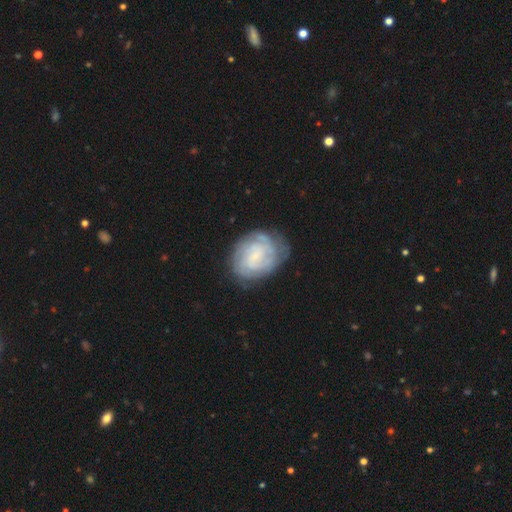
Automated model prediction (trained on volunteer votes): smooth-or-featured: featured or disk: 70% | smooth: 23% | star or artifact: 7%
  disk-edge-on: no: 98% | yes: 2%
    bar: no: 59% | weak: 34% | strong: 7%
    has-spiral-arms: yes: 88% | no: 12%
      spiral-winding: tight: 68% | medium: 25% | loose: 7%
      spiral-arm-count: can't tell: 50% | 2: 19% | 3: 13% | 4: 8% | more than 4: 5% | 1: 5%
    bulge-size: small: 56% | none: 24% | moderate: 16% | large: 3% | dominant: 1%
  merging: none: 69% | minor disturbance: 20% | major disturbance: 9% | merger: 2%